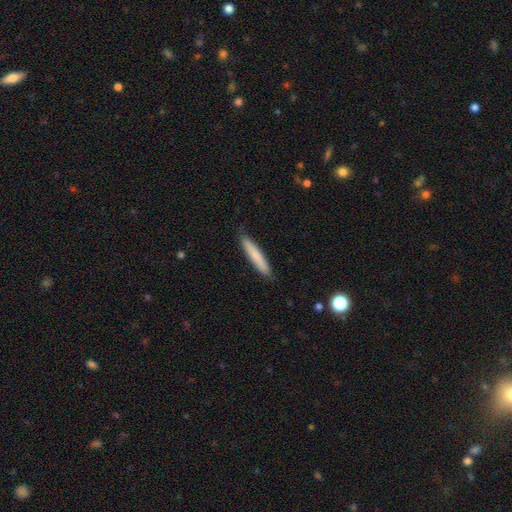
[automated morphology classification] smooth-or-featured: smooth: 79% | featured or disk: 15% | star or artifact: 6%
  how-rounded: cigar-shaped: 93% | in between: 6% | round: 1%
  merging: none: 87% | minor disturbance: 10% | major disturbance: 2% | merger: 1%